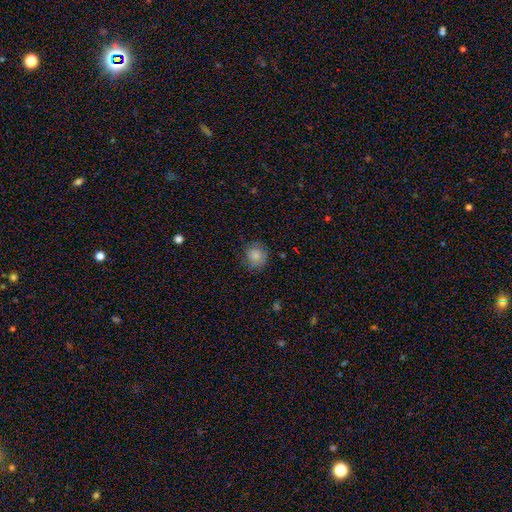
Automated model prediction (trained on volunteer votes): The model was most divided on "merging": none: 79%, minor disturbance: 15%, major disturbance: 4%, merger: 1%. More confident: how rounded — round (88%); smooth or featured — smooth (82%).